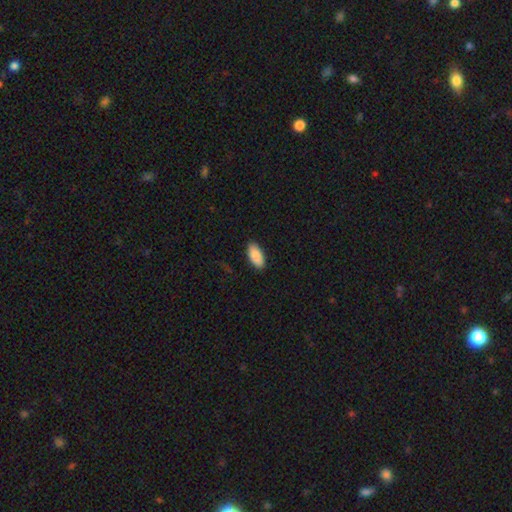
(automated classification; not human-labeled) Smooth or featured?
  - smooth: 87% *
  - featured or disk: 7%
  - star or artifact: 6%
How rounded?
  - in between: 91% *
  - cigar-shaped: 7%
  - round: 2%
Merging?
  - none: 88% *
  - minor disturbance: 9%
  - major disturbance: 2%
  - merger: 1%